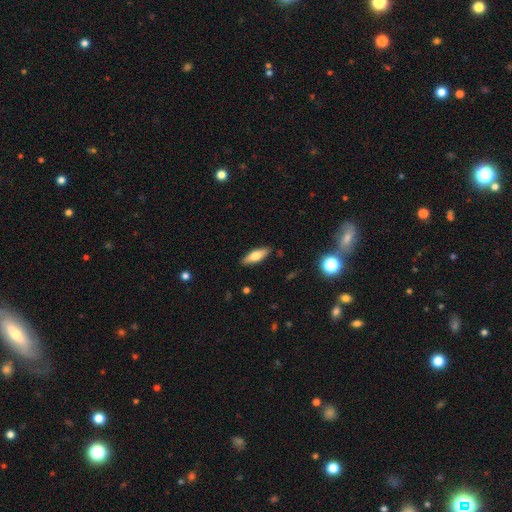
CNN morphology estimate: The model was most divided on "how rounded": in between: 56%, cigar-shaped: 41%, round: 2%. More confident: merging — none (88%); smooth or featured — smooth (66%).